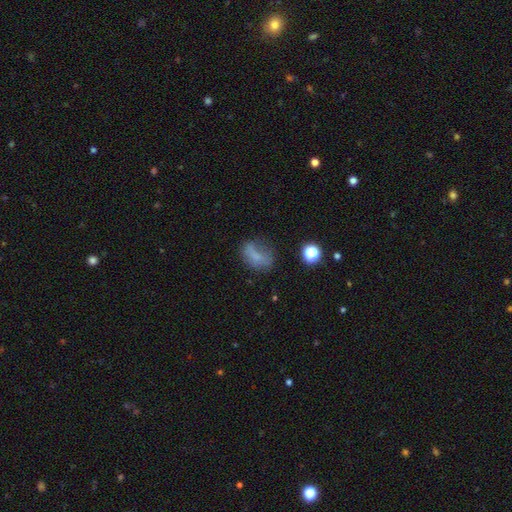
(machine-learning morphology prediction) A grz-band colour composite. It shows a smooth galaxy with no disk features (60%) that is in between round and cigar-shaped (69%). Merging: none (42%).